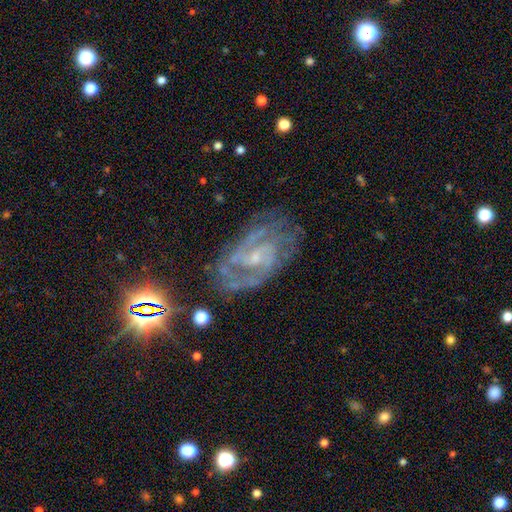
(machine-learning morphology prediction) A featured or disk galaxy (85%) with a weak bar (47%), 2 (63%) medium (46%) spiral arms (96%) and a small central bulge (71%).

Vote fractions:
- Smooth or featured? featured or disk: 85% / star or artifact: 9% / smooth: 6%
- Edge-on disk? no: 97% / yes: 3%
- Bar? weak: 47% / no: 39% / strong: 14%
- Spiral arms? yes: 96% / no: 4%
- Spiral winding? medium: 46% / tight: 45% / loose: 10%
- Spiral arm count? 2: 63% / can't tell: 15% / 3: 11% / 4: 4% / 1: 4% / more than 4: 3%
- Bulge size? small: 71% / moderate: 19% / none: 9% / large: 1% / dominant: 1%
- Merging? none: 70% / minor disturbance: 19% / major disturbance: 9% / merger: 2%